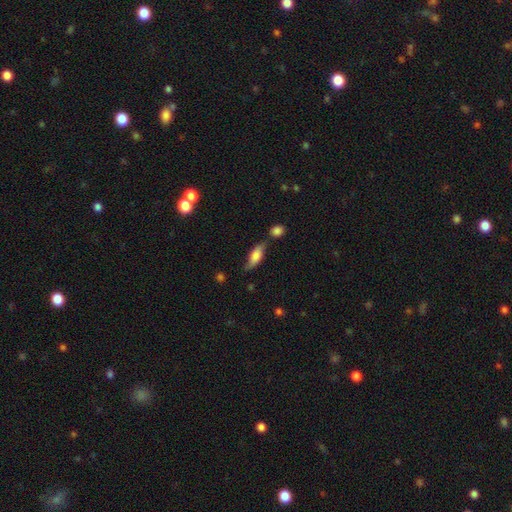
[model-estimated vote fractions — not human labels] smooth 56%, featured or disk 37%, star or artifact 7%. Down the decision tree: how rounded — in between (63%); merging — none (59%).